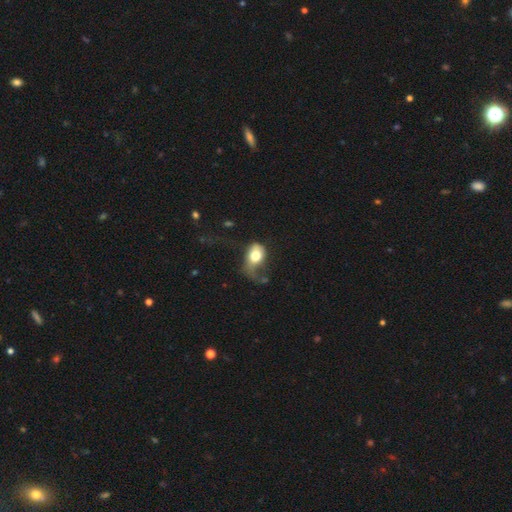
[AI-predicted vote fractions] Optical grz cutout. It shows a smooth galaxy with no disk features (65%) that is in between round and cigar-shaped (73%). Merging: major disturbance (55%).